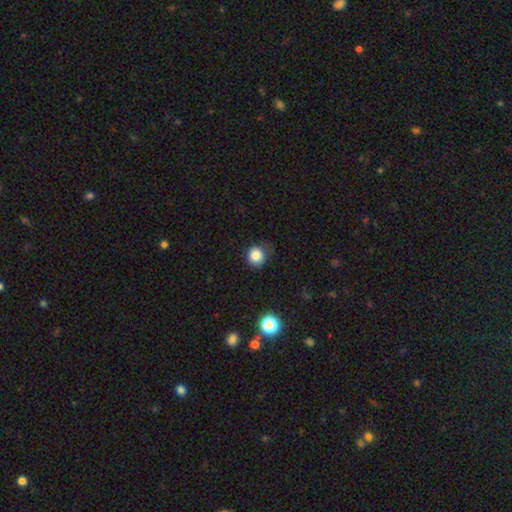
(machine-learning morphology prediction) smooth 83%, star or artifact 12%, featured or disk 5%. Down the decision tree: how rounded — round (88%); merging — none (69%).